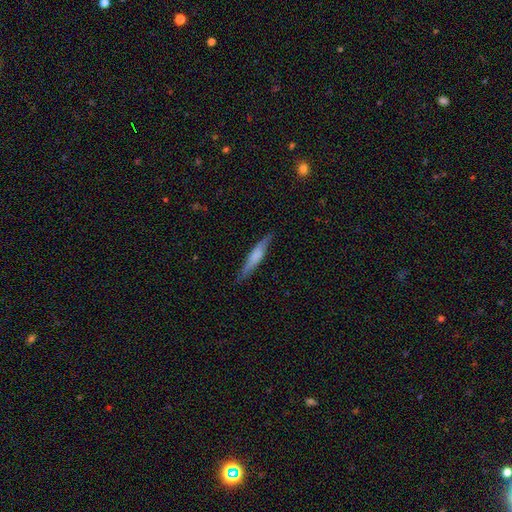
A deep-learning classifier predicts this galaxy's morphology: smooth 55%, featured or disk 39%, star or artifact 6%. Down the decision tree: how rounded — cigar-shaped (90%); merging — none (85%).